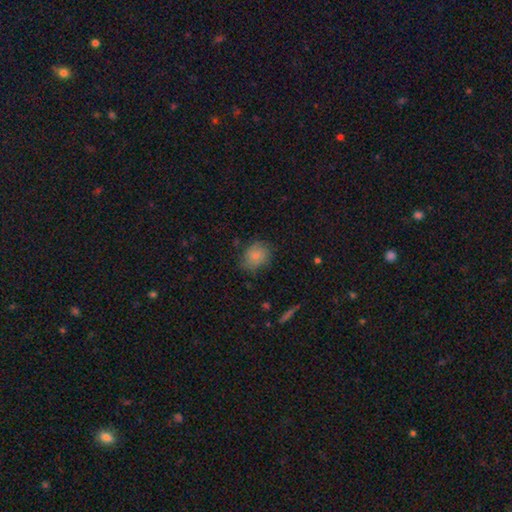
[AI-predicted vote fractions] This appears to be a smooth galaxy with no disk features (77%) that is round (55%). Merging: none (68%).